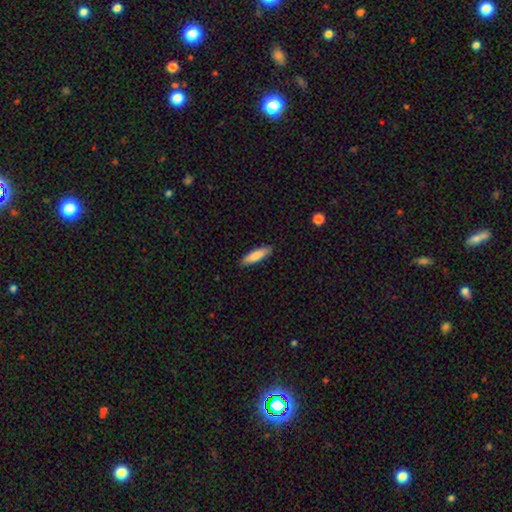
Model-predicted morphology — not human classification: A smooth galaxy with no disk features (83%) that is cigar-shaped (67%). Merging: none (88%).